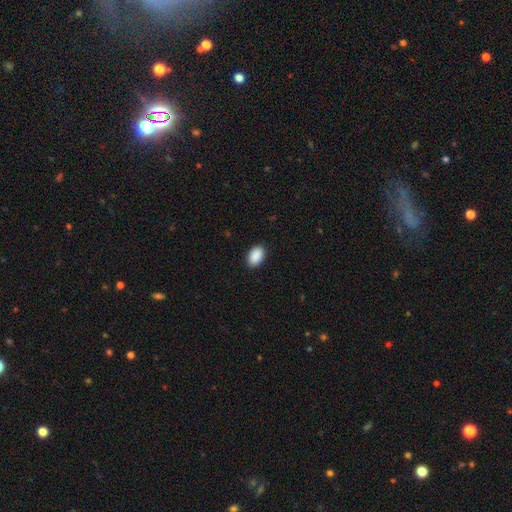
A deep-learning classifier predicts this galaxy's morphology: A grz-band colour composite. It shows a smooth galaxy with no disk features (91%) that is in between round and cigar-shaped (91%). Merging: none (89%).